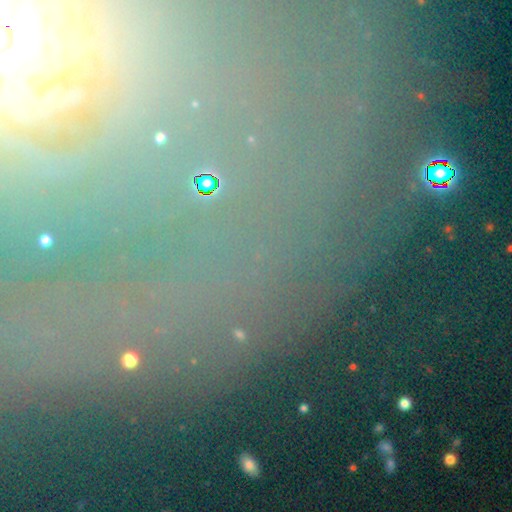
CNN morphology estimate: smooth-or-featured: star or artifact: 64% | featured or disk: 19% | smooth: 17%